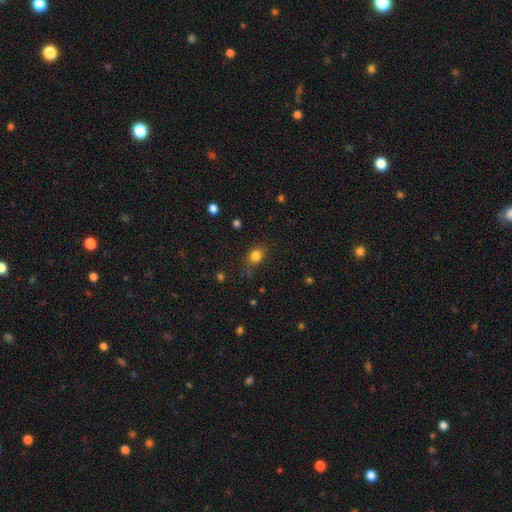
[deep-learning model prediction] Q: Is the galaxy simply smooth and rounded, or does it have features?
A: smooth — 82%.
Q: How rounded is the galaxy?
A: round — 53%.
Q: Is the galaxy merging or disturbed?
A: none — 77%.